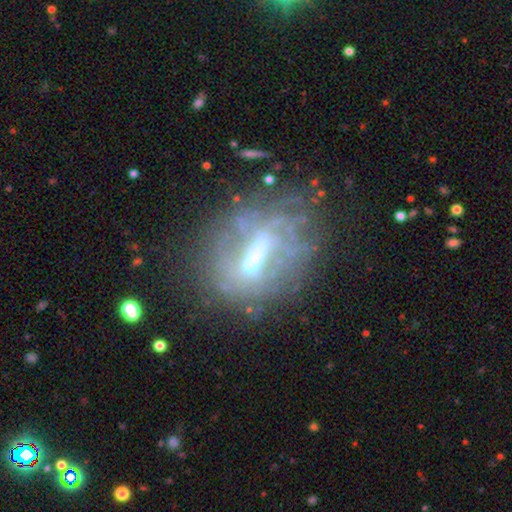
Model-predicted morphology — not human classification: This appears to be a featured or disk galaxy (66%) with a weak bar (40%), no spiral arms (61%) and a moderate central bulge (38%). Merging: none (51%).